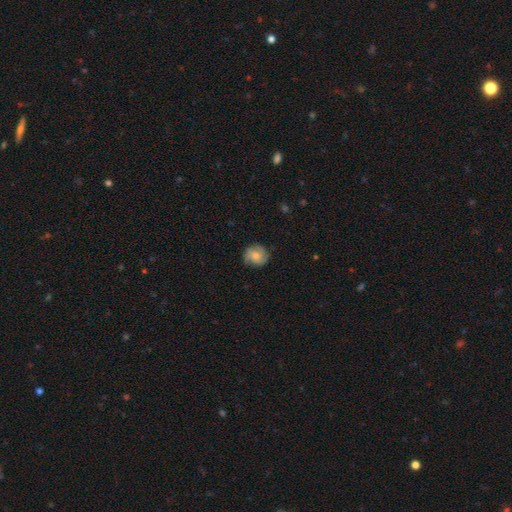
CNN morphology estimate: Smooth or featured? smooth (52%)
How rounded? round (83%)
Merging? none (74%)